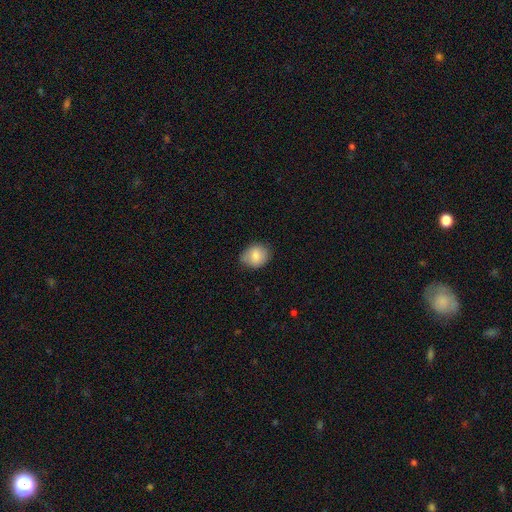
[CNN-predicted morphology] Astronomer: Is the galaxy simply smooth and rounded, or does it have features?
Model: smooth — 81%.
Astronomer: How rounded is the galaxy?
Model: round — 56% (runner-up: in between, 43%).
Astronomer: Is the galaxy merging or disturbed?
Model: none — 76%.